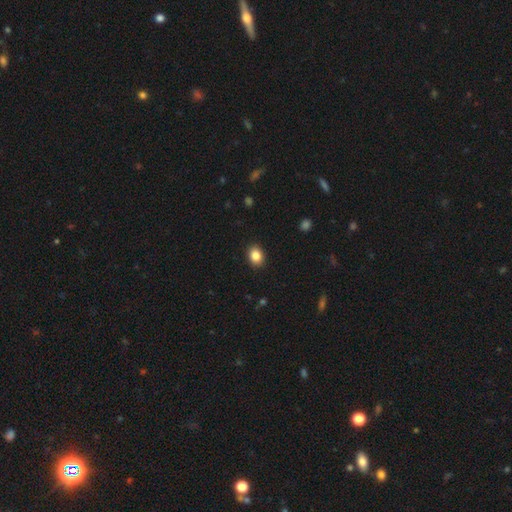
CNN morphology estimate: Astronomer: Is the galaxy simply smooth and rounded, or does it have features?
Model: smooth — 86%.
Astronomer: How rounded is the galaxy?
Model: in between — 58% (runner-up: round, 41%).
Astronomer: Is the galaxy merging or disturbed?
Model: none — 90%.